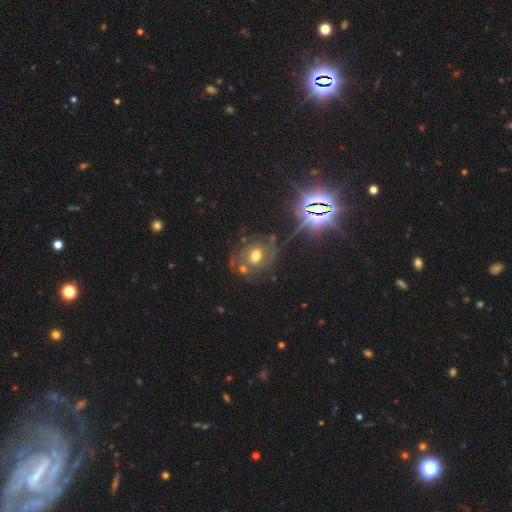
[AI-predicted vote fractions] featured or disk 49%, smooth 28%, star or artifact 22%. Down the decision tree: merging — none (61%).